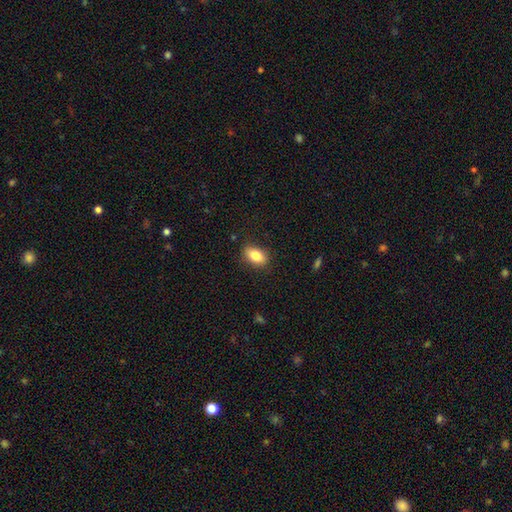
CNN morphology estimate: This appears to be a smooth galaxy with no disk features (81%) that is in between round and cigar-shaped (86%). Merging: none (85%).